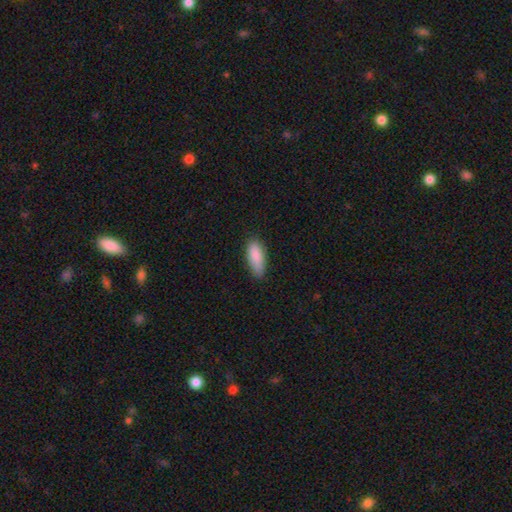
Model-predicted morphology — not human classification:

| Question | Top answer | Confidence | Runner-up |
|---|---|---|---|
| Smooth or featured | smooth | 88% | star or artifact (6%) |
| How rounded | in between | 75% | cigar-shaped (23%) |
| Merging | none | 75% | minor disturbance (21%) |